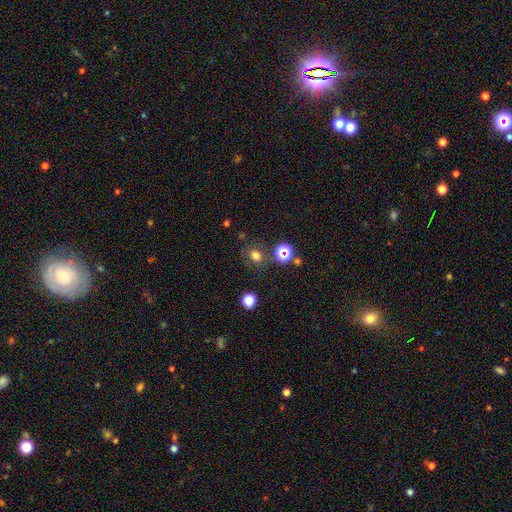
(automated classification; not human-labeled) Smooth or featured: smooth — 69% (star or artifact — 21%)
How rounded: round — 67% (in between — 32%)
Merging: none — 77% (minor disturbance — 12%)